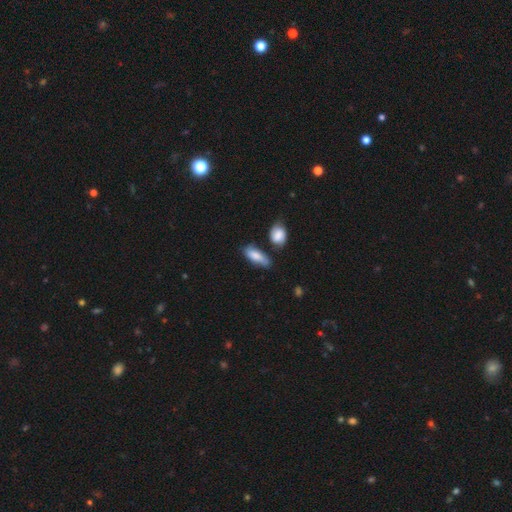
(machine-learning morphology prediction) smooth-or-featured: smooth: 78% | featured or disk: 15% | star or artifact: 7%
  how-rounded: in between: 78% | cigar-shaped: 18% | round: 3%
  merging: none: 55% | minor disturbance: 27% | merger: 11% | major disturbance: 7%